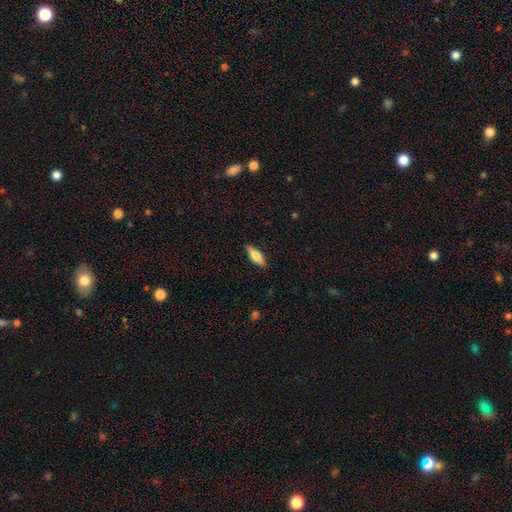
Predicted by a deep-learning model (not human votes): Smooth or featured? smooth (64%)
How rounded? in between (60%)
Merging? none (88%)